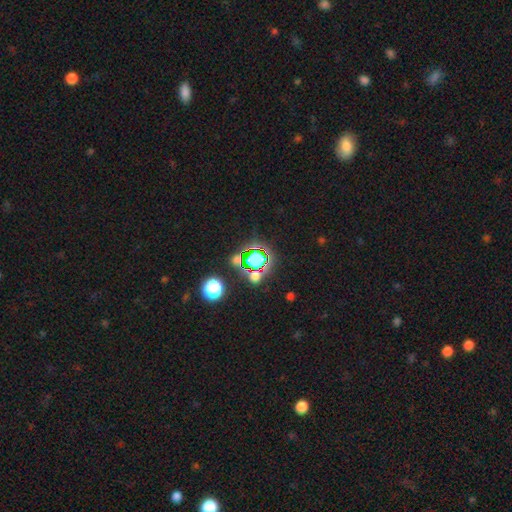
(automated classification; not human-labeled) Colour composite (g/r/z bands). It shows a star or artifact, not a galaxy (65%).